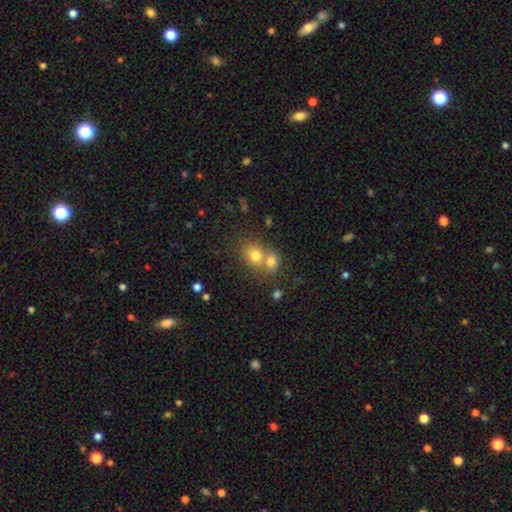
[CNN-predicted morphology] Overall: smooth (75%). How rounded: round (67%; in between 32%). Merging: merger (55%; none 36%).